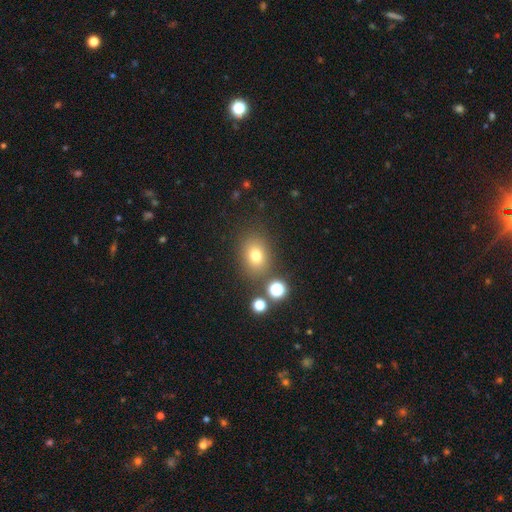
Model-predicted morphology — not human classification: smooth-or-featured: smooth: 74% | star or artifact: 16% | featured or disk: 10%
  how-rounded: round: 51% | in between: 48% | cigar-shaped: 1%
  merging: none: 78% | minor disturbance: 11% | merger: 6% | major disturbance: 5%